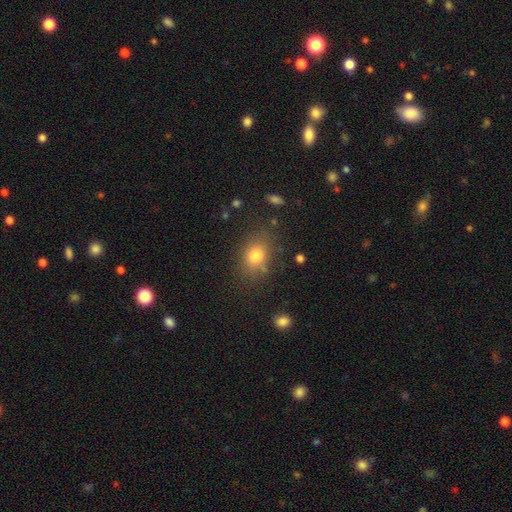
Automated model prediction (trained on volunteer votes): Morphology: type=smooth (78%); roundness=in between (59%); merging=none (77%).